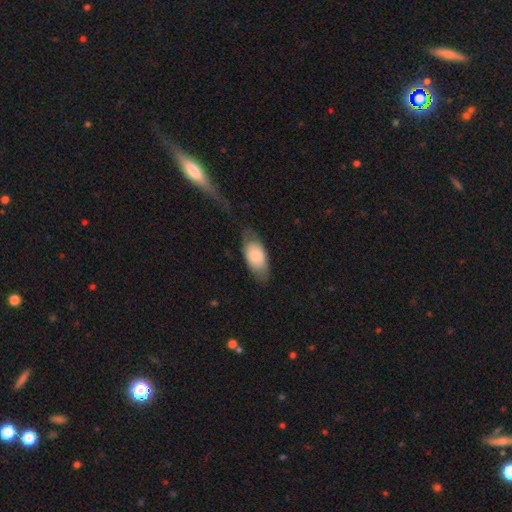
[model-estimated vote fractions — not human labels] Overall: smooth (72%). How rounded: in between (91%). Merging: none (64%; minor disturbance 25%).